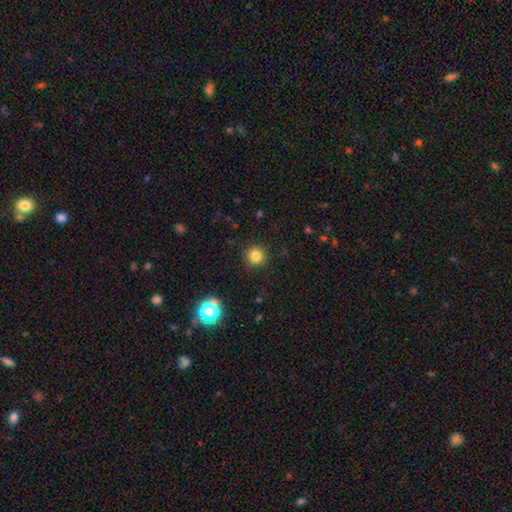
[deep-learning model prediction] Morphology: type=smooth (82%); roundness=round (94%); merging=none (91%).